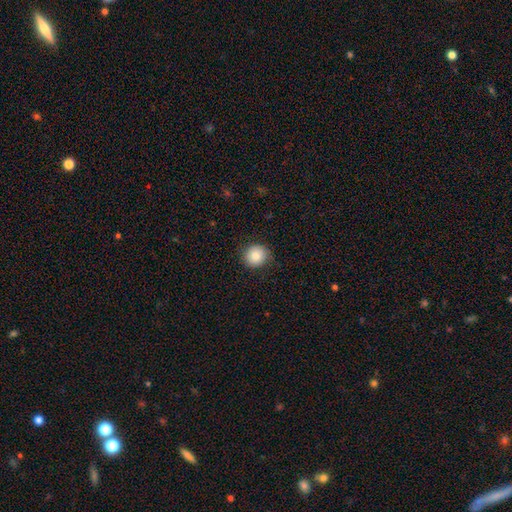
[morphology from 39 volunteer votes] A smooth galaxy with no disk features (85%) that is round (88%). Merging: none (89%).